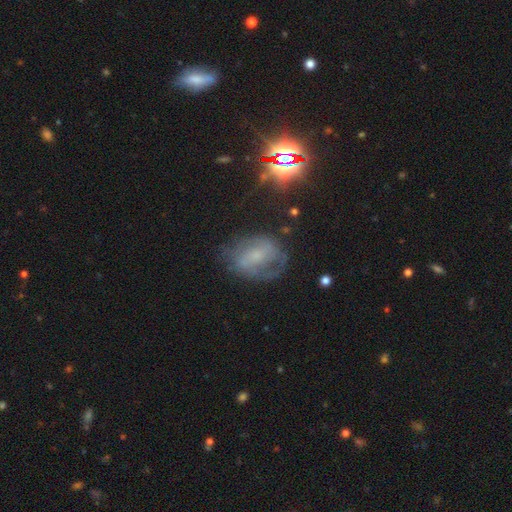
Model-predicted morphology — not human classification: A featured or disk galaxy (59%) with no bar (44%), spiral arms (74%) and a small central bulge (52%).

Vote fractions:
- Smooth or featured? featured or disk: 59% / smooth: 25% / star or artifact: 16%
- Edge-on disk? no: 96% / yes: 4%
- Bar? no: 44% / weak: 41% / strong: 15%
- Spiral arms? yes: 74% / no: 26%
- Bulge size? small: 52% / none: 23% / moderate: 21% / large: 3% / dominant: 1%
- Merging? none: 57% / minor disturbance: 23% / major disturbance: 18% / merger: 2%